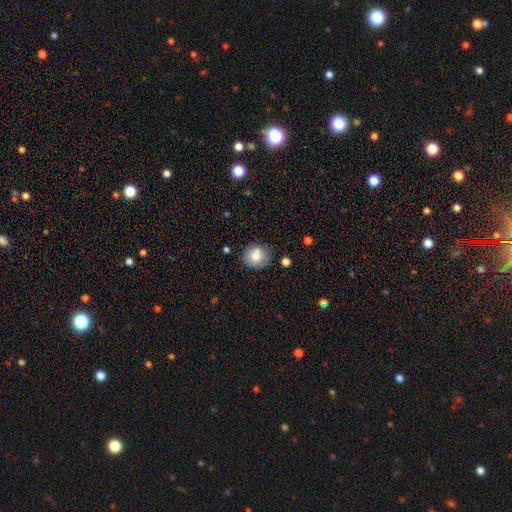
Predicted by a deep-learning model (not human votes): Morphology: type=smooth (80%); roundness=round (88%); merging=none (76%).